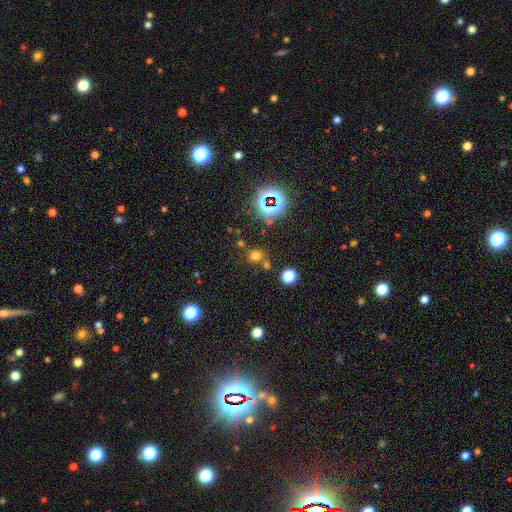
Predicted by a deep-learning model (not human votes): Smooth or featured?
  - smooth: 61% *
  - star or artifact: 32%
  - featured or disk: 8%
How rounded?
  - round: 87% *
  - in between: 11%
  - cigar-shaped: 1%
Merging?
  - none: 71% *
  - merger: 17%
  - minor disturbance: 9%
  - major disturbance: 4%